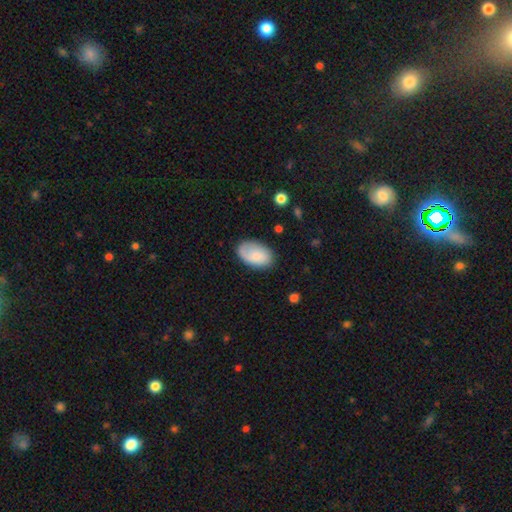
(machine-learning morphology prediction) smooth 74%, featured or disk 19%, star or artifact 6%. Down the decision tree: how rounded — in between (92%); merging — none (75%).